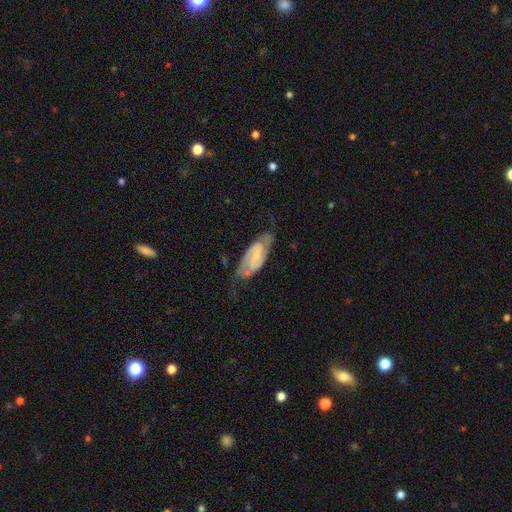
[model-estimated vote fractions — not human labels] Q: Smooth or featured?
A: featured or disk (80%); runner-up: smooth (14%)
Q: Edge-on disk?
A: no (94%); runner-up: yes (6%)
Q: Bar?
A: weak (46%); runner-up: no (36%)
Q: Spiral arms?
A: yes (94%); runner-up: no (6%)
Q: Spiral winding?
A: medium (47%); runner-up: tight (36%)
Q: Spiral arm count?
A: 2 (86%); runner-up: can't tell (8%)
Q: Bulge size?
A: small (63%); runner-up: moderate (26%)
Q: Merging?
A: none (61%); runner-up: minor disturbance (25%)